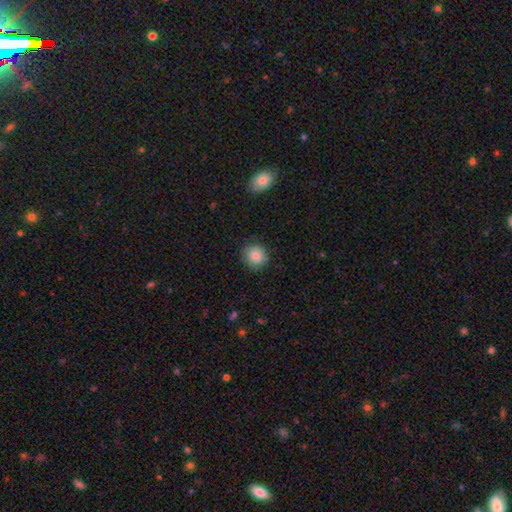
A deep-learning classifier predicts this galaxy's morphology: smooth-or-featured: smooth: 85% | star or artifact: 9% | featured or disk: 7%
  how-rounded: round: 90% | in between: 9% | cigar-shaped: 1%
  merging: none: 85% | minor disturbance: 11% | major disturbance: 3% | merger: 1%